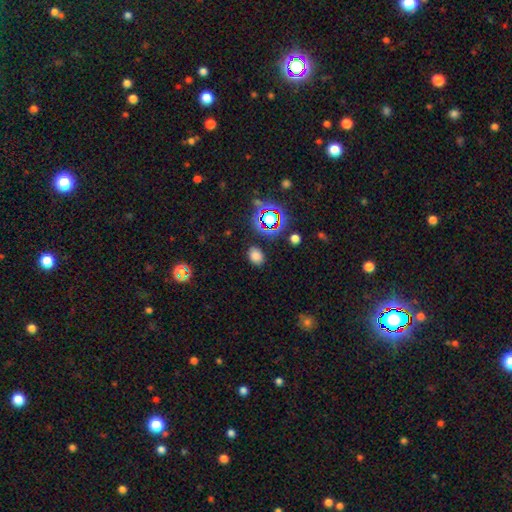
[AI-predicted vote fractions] Smooth or featured? Predicted: smooth (p=0.74). How rounded? Predicted: in between (p=0.66). Merging? Predicted: none (p=0.84).